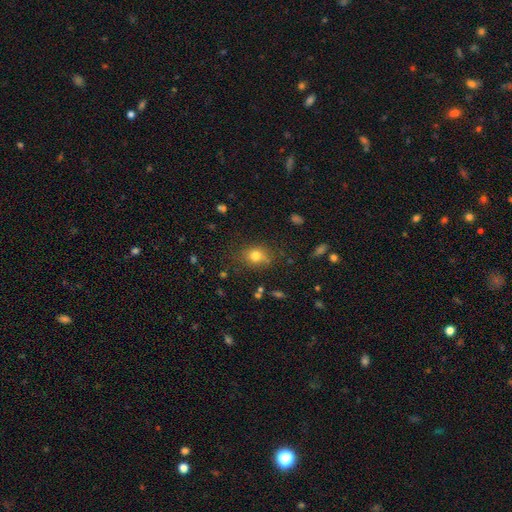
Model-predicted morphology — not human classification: Overall: smooth (77%). How rounded: round (66%; in between 32%). Merging: none (75%).